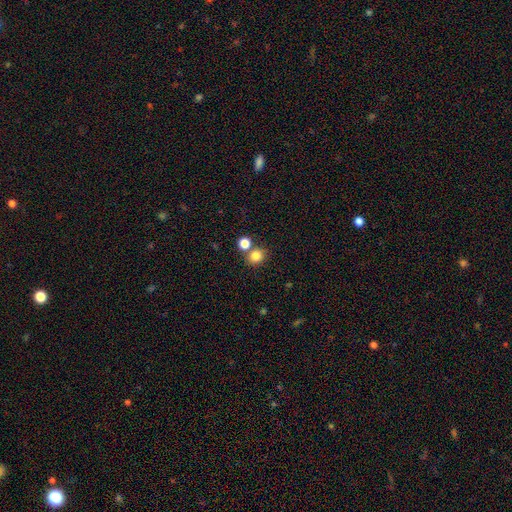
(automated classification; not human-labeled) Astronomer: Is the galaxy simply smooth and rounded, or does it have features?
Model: smooth — 81%.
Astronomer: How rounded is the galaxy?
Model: round — 75%.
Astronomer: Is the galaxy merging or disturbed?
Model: none — 68%.